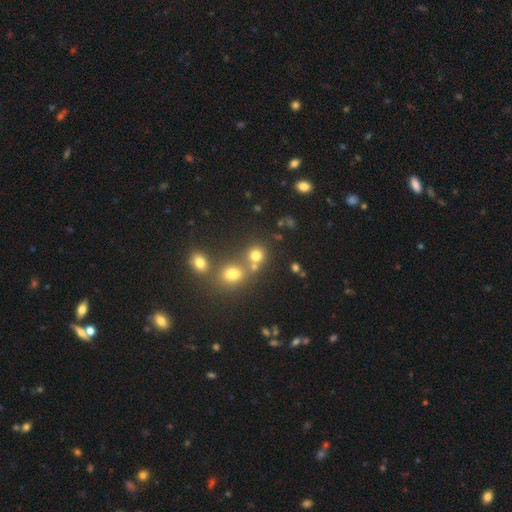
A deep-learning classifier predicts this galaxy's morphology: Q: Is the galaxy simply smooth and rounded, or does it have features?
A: smooth — 74%.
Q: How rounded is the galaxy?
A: round — 81%.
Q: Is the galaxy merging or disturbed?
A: none — 57%.